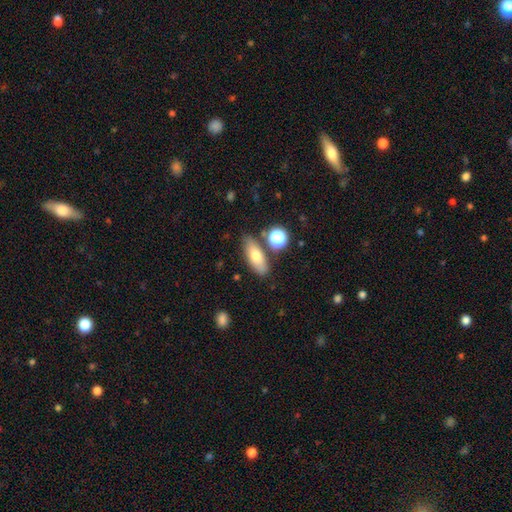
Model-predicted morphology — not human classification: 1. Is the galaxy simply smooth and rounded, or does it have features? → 68% smooth, 23% featured or disk, 9% star or artifact.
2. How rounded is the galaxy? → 69% in between, 25% cigar-shaped, 6% round.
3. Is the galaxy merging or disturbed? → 77% none, 12% minor disturbance, 8% merger, 3% major disturbance.